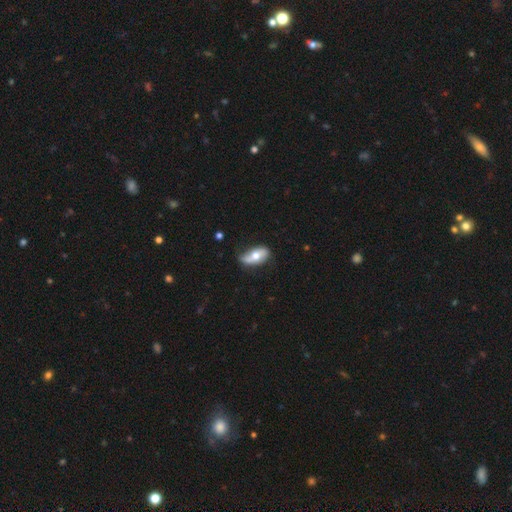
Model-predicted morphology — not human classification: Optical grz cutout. It shows a featured or disk galaxy (52%). Merging: none (59%).